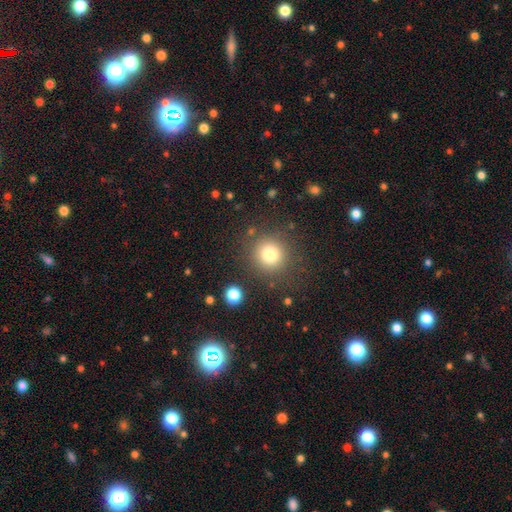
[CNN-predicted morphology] smooth 65%, star or artifact 27%, featured or disk 8%. Down the decision tree: how rounded — round (94%); merging — none (89%).